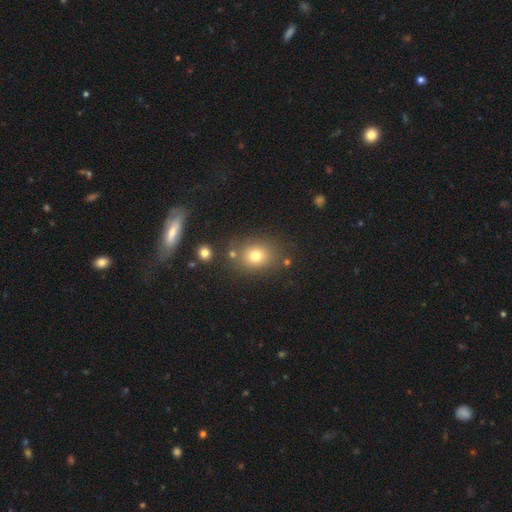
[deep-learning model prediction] This appears to be a smooth galaxy with no disk features (75%) that is round (62%). Merging: none (76%).